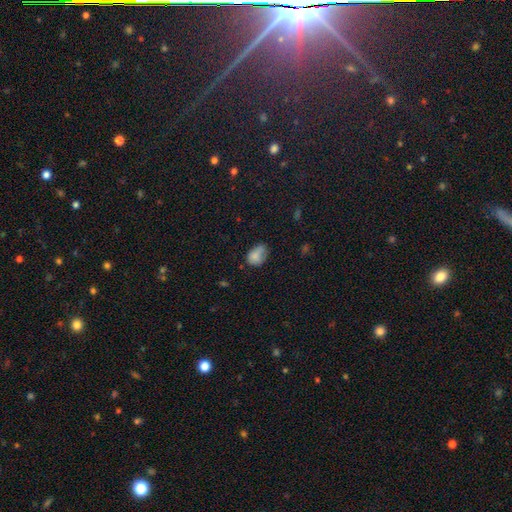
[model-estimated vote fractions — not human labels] smooth-or-featured: smooth: 79% | featured or disk: 11% | star or artifact: 10%
  how-rounded: in between: 73% | round: 26% | cigar-shaped: 1%
  merging: none: 46% | minor disturbance: 37% | major disturbance: 13% | merger: 4%